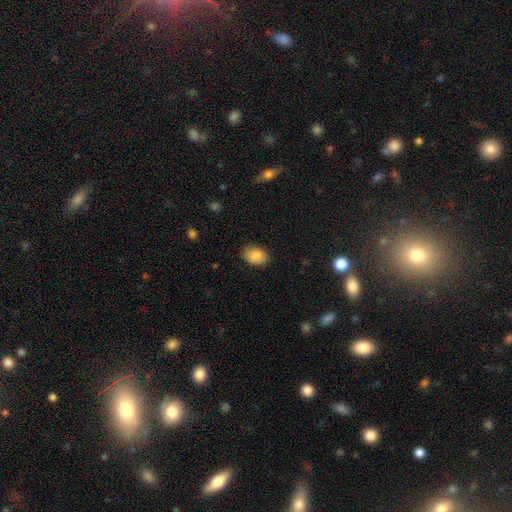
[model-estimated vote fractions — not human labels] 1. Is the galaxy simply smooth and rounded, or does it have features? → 88% smooth, 7% star or artifact, 6% featured or disk.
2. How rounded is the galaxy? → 84% in between, 15% round, 1% cigar-shaped.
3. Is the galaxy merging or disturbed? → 85% none, 11% minor disturbance, 3% major disturbance, 1% merger.